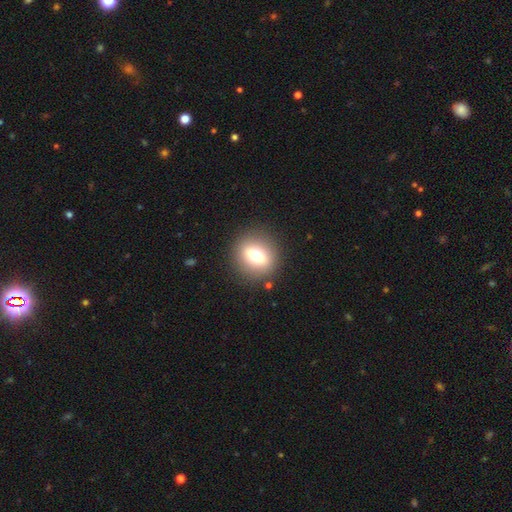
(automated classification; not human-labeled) The model was most divided on "how rounded": round: 64%, in between: 32%, cigar-shaped: 4%. More confident: merging — none (87%); smooth or featured — smooth (64%).